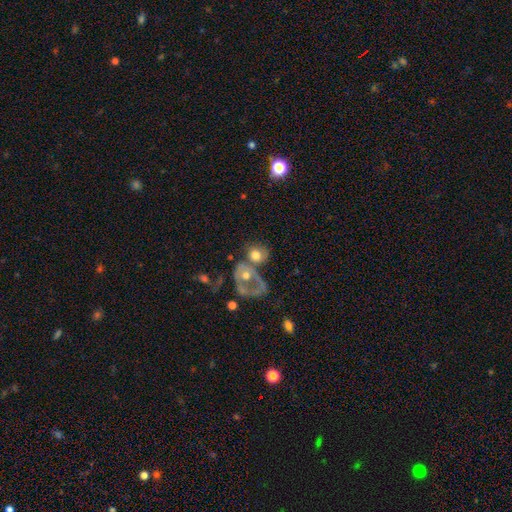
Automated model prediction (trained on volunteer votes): Smooth or featured?
  - smooth: 56% *
  - featured or disk: 35%
  - star or artifact: 9%
How rounded?
  - round: 63% *
  - in between: 35%
  - cigar-shaped: 1%
Merging?
  - merger: 48% *
  - none: 28%
  - major disturbance: 13%
  - minor disturbance: 11%